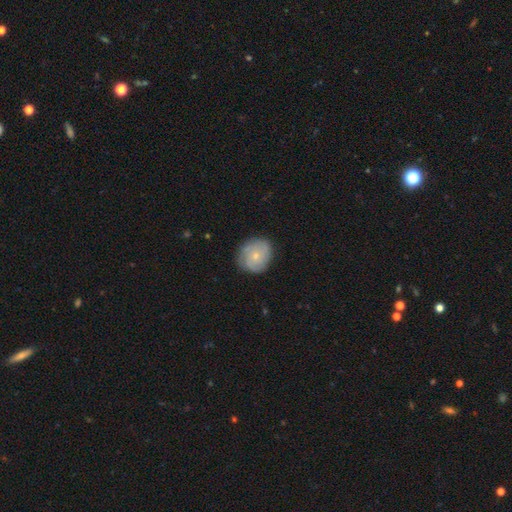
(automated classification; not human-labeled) The model was most divided on "smooth or featured": featured or disk: 58%, smooth: 35%, star or artifact: 7%. More confident: edge-on disk — no (98%); spiral arms — yes (86%); bar — no (83%); merging — none (78%); bulge size — small (66%).